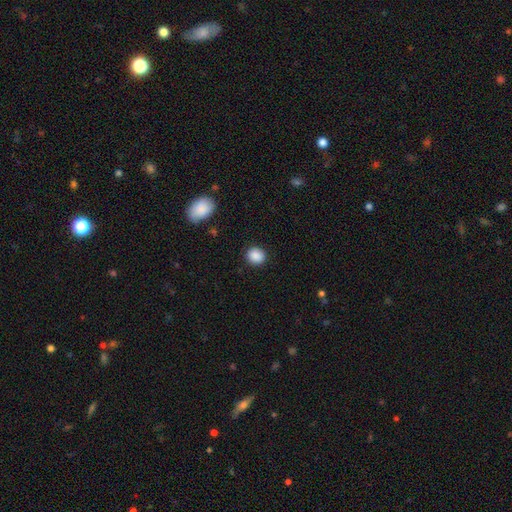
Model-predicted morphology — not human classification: smooth_or_featured: smooth (p=0.88) [alt: star or artifact p=0.09]
how_rounded: round (p=0.76) [alt: in between p=0.23]
merging: none (p=0.89) [alt: minor disturbance p=0.08]